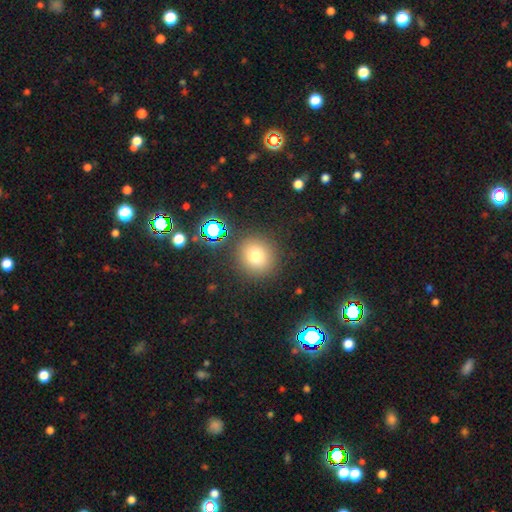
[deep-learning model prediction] The model was most divided on "smooth or featured": smooth: 74%, star or artifact: 17%, featured or disk: 8%. More confident: how rounded — round (90%); merging — none (87%).